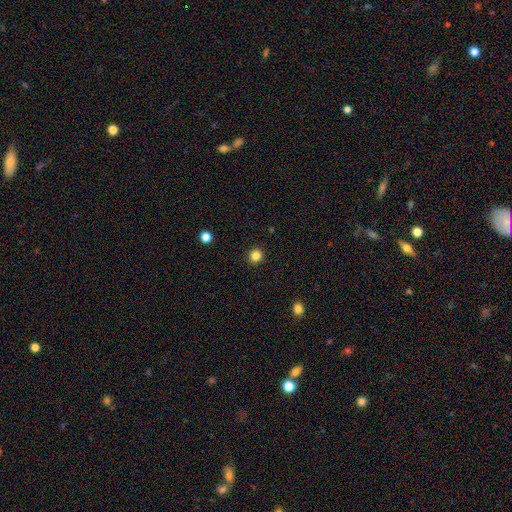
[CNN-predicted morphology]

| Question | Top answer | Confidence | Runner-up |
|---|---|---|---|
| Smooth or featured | smooth | 84% | star or artifact (12%) |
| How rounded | round | 93% | in between (6%) |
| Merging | none | 93% | minor disturbance (4%) |